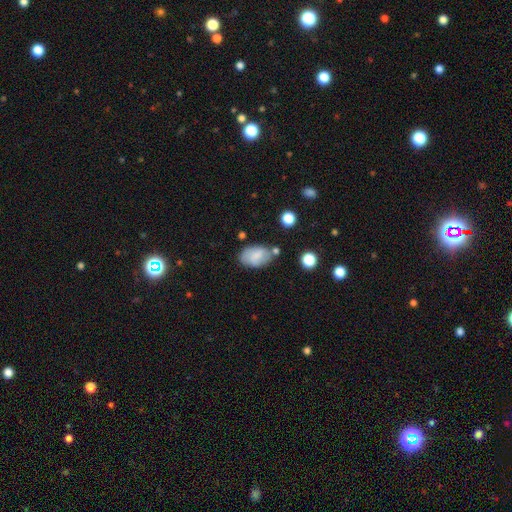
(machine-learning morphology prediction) smooth_or_featured: smooth (p=0.69) [alt: featured or disk p=0.23]
how_rounded: in between (p=0.90) [alt: round p=0.08]
merging: none (p=0.63) [alt: minor disturbance p=0.22]